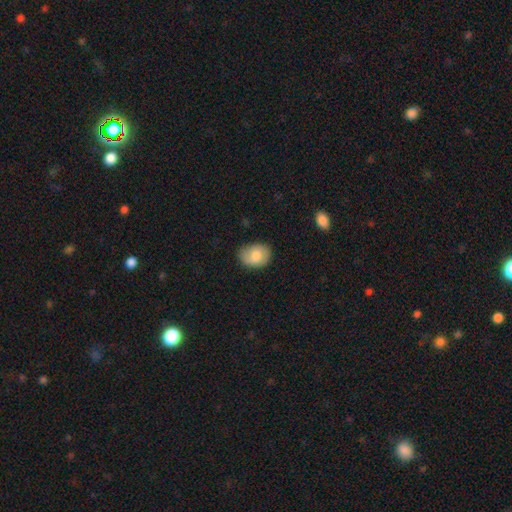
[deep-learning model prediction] Overall: smooth (75%). How rounded: in between (68%; round 31%). Merging: none (76%).